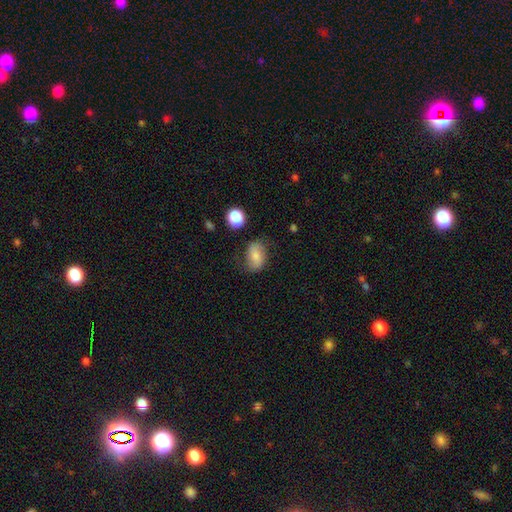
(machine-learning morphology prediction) The model was most divided on "smooth or featured": smooth: 65%, featured or disk: 25%, star or artifact: 10%. More confident: how rounded — in between (79%); merging — none (67%).